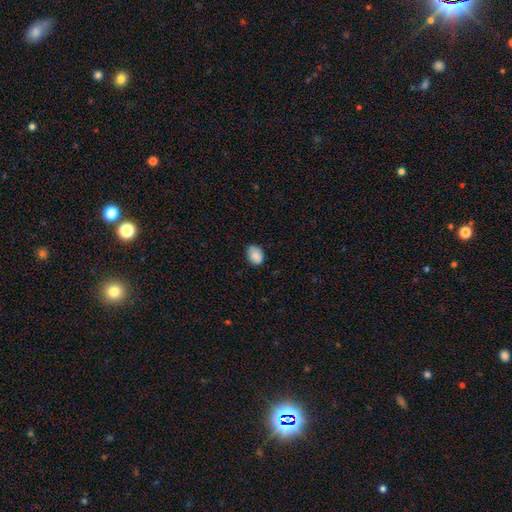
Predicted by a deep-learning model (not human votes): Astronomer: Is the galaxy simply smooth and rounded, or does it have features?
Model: smooth — 87%.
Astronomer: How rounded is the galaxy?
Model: in between — 60% (runner-up: round, 39%).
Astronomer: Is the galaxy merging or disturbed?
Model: none — 75%.